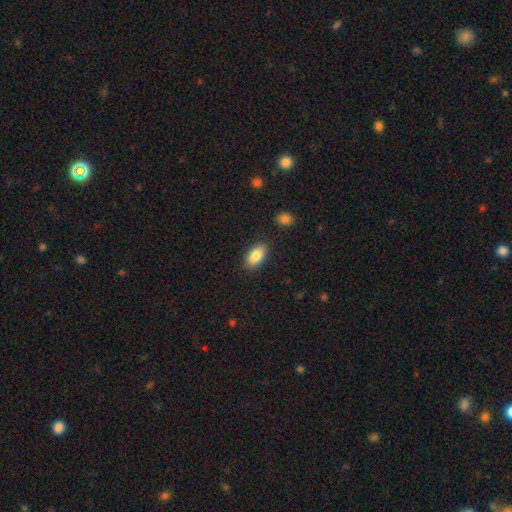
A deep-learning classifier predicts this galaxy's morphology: This is clearly a smooth galaxy (86%). How rounded: clearly in between (93%). Merging: clearly none (88%).